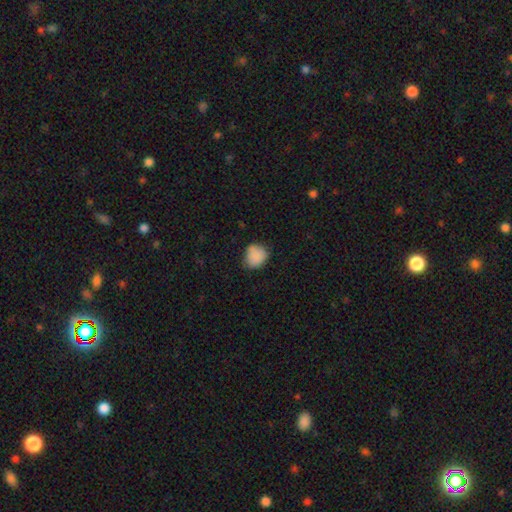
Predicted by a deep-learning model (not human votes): A smooth galaxy with no disk features (86%) that is round (71%).

Vote fractions:
- Smooth or featured? smooth: 86% / star or artifact: 9% / featured or disk: 5%
- How rounded? round: 71% / in between: 29% / cigar-shaped: 1%
- Merging? none: 66% / minor disturbance: 27% / major disturbance: 5% / merger: 2%